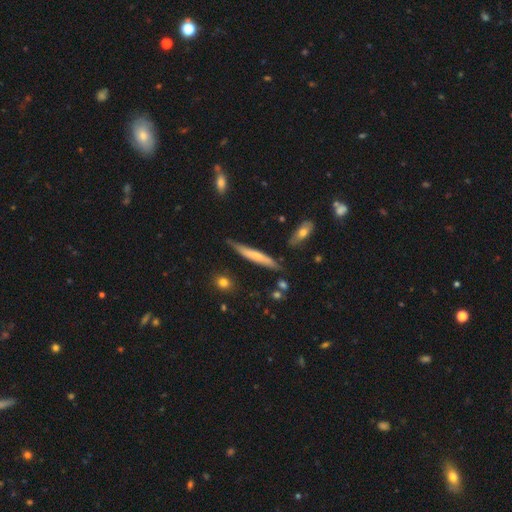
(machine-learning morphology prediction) A smooth galaxy with no disk features (54%) that is cigar-shaped (92%).

Vote fractions:
- Smooth or featured? smooth: 54% / featured or disk: 39% / star or artifact: 6%
- How rounded? cigar-shaped: 92% / in between: 6% / round: 2%
- Merging? none: 73% / minor disturbance: 20% / major disturbance: 3% / merger: 3%